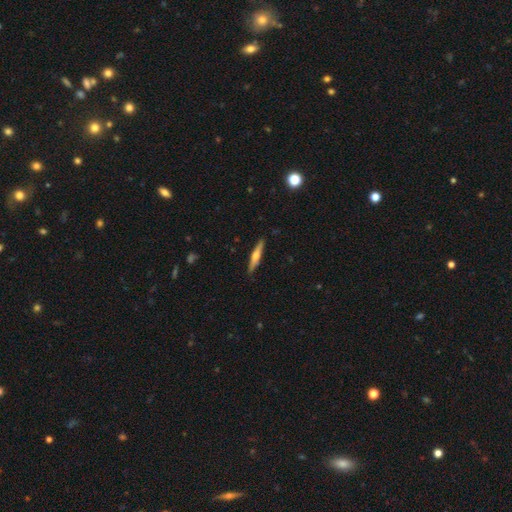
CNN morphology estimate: A featured or disk galaxy (58%) viewed edge-on (96%) with a rounded central bulge (87%). Merging: none (89%).